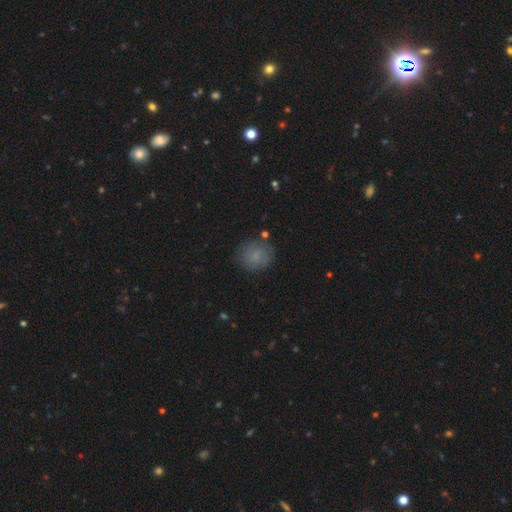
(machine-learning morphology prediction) A smooth galaxy with no disk features (80%) that is round (84%). Merging: none (80%).